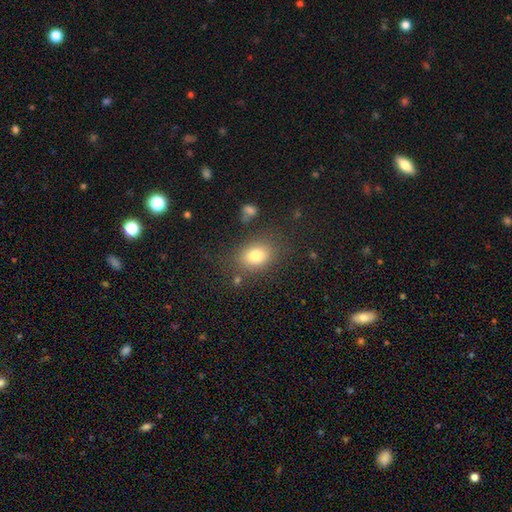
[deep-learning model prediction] This is clearly a smooth galaxy (80%). How rounded: likely in between (71%). Merging: likely none (76%).